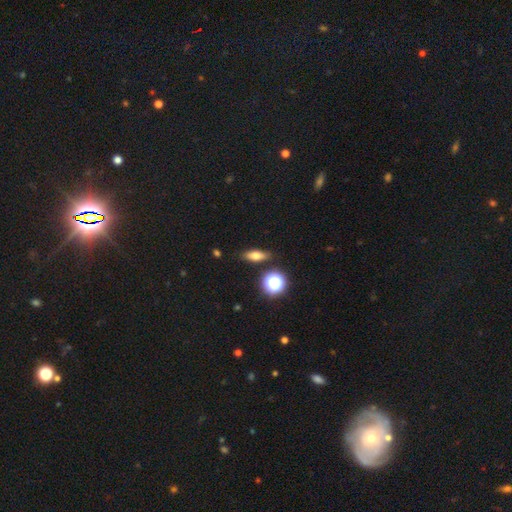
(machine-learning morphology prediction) Smooth or featured? smooth (67%)
How rounded? in between (60%)
Merging? none (84%)